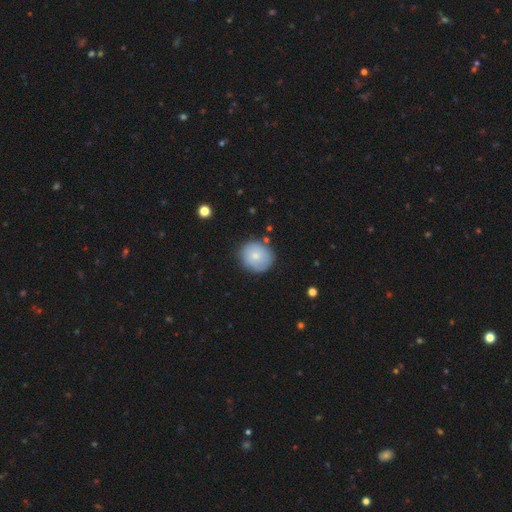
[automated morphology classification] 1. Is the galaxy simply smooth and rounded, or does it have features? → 71% smooth, 22% featured or disk, 7% star or artifact.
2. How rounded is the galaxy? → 89% round, 10% in between, 1% cigar-shaped.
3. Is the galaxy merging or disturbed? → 81% none, 14% minor disturbance, 3% major disturbance, 2% merger.